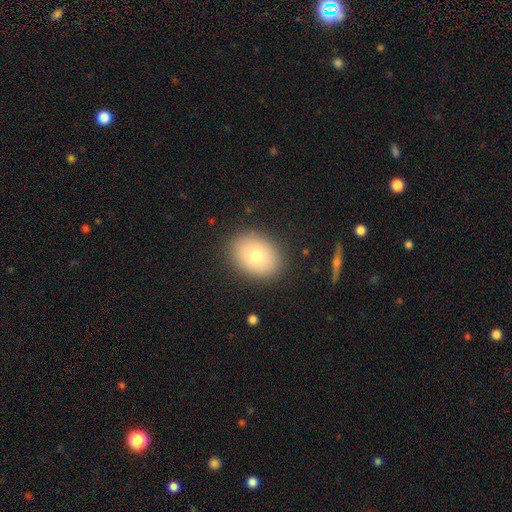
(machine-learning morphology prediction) Smooth or featured? Predicted: smooth (p=0.76). How rounded? Predicted: in between (p=0.59). Merging? Predicted: none (p=0.87).